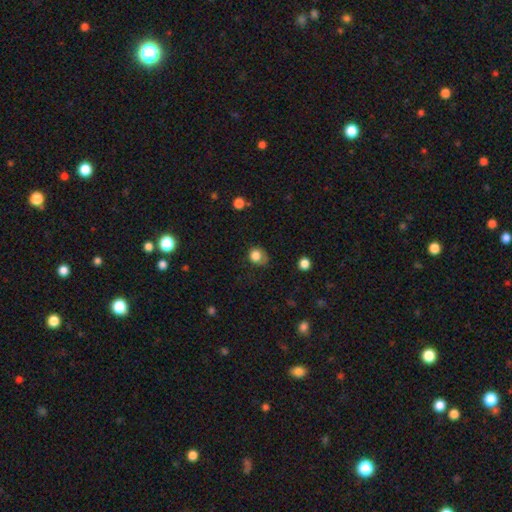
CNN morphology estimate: Q: Smooth or featured?
A: smooth (81%); runner-up: star or artifact (11%)
Q: How rounded?
A: round (74%); runner-up: in between (25%)
Q: Merging?
A: none (51%); runner-up: minor disturbance (32%)